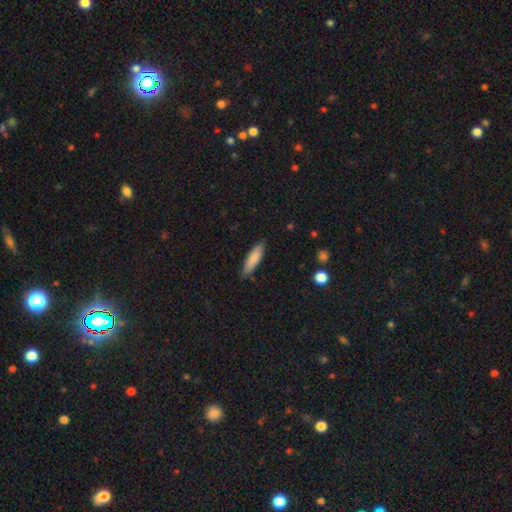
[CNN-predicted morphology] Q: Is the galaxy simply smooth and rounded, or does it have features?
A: smooth — 82%.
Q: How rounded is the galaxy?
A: cigar-shaped — 71%.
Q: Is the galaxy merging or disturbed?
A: none — 86%.